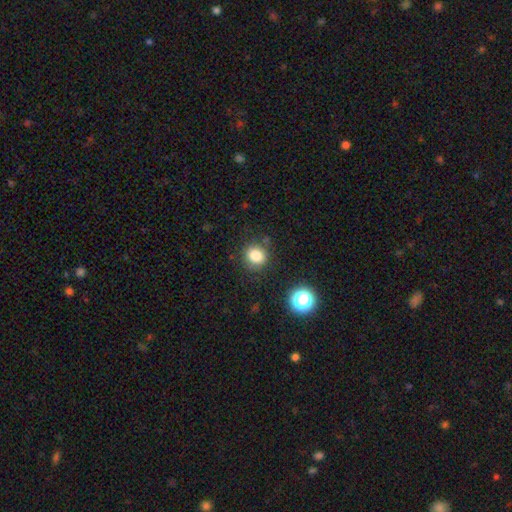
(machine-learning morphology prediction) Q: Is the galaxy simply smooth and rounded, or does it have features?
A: smooth — 81%.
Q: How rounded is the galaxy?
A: round — 84%.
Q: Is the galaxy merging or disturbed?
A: none — 83%.